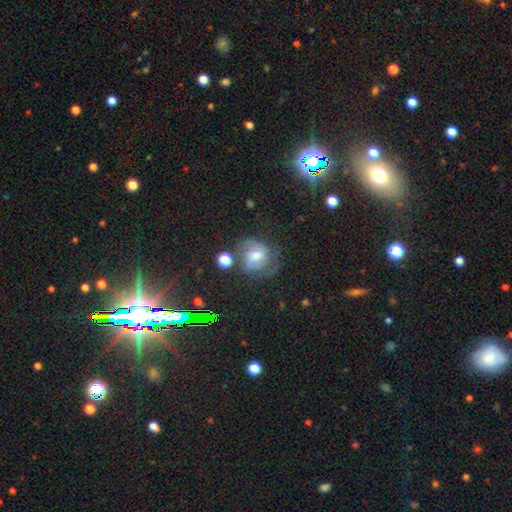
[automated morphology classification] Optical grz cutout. It shows a featured or disk galaxy (52%) with a weak bar (45%), spiral arms (85%) and a moderate central bulge (58%). Merging: none (61%).